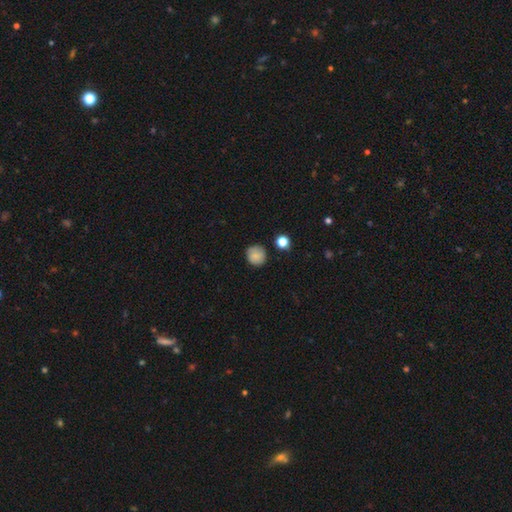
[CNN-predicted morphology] smooth 82%, star or artifact 9%, featured or disk 9%. Down the decision tree: how rounded — round (91%); merging — none (83%).